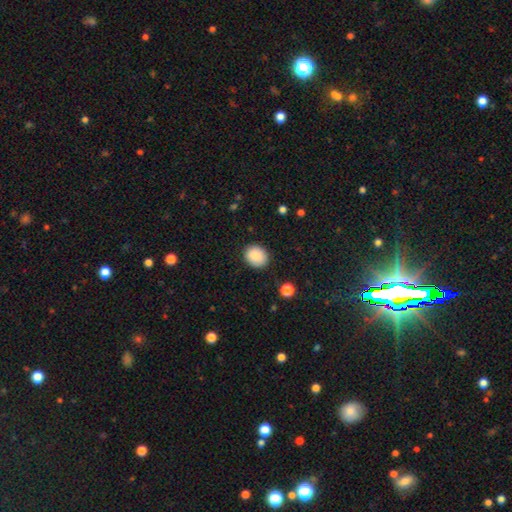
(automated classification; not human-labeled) Smooth or featured: smooth — 88% (star or artifact — 8%)
How rounded: round — 66% (in between — 33%)
Merging: none — 88% (minor disturbance — 8%)